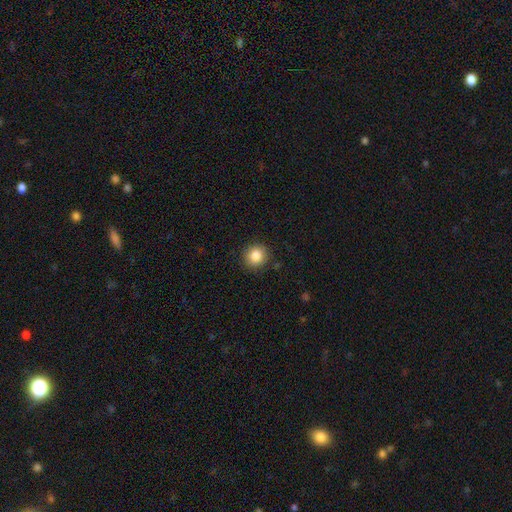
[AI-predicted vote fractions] Smooth or featured? Predicted: smooth (p=0.86). How rounded? Predicted: round (p=0.89). Merging? Predicted: none (p=0.89).